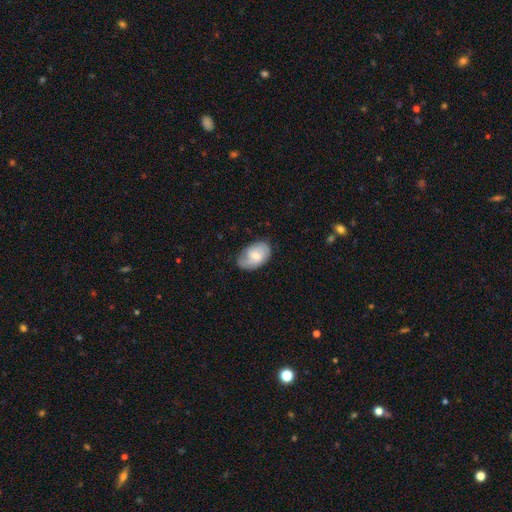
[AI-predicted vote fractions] smooth_or_featured: smooth (p=0.48) [alt: featured or disk p=0.45]
merging: none (p=0.64) [alt: minor disturbance p=0.28]